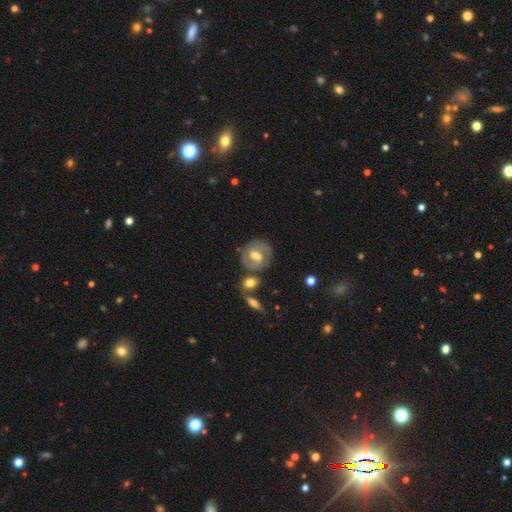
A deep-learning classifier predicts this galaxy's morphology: featured or disk 63%, smooth 31%, star or artifact 6%. Down the decision tree: edge-on disk — no (95%); bar — weak (50%); spiral arms — yes (68%); bulge size — moderate (66%); merging — none (71%).